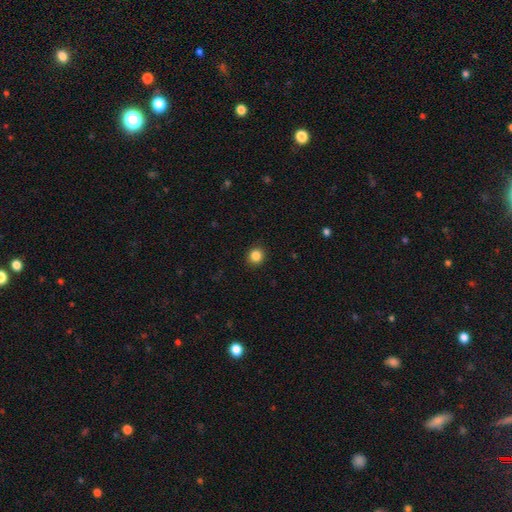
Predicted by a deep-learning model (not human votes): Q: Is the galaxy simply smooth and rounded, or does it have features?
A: smooth — 85%.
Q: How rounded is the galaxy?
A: round — 86%.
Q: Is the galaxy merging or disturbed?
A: none — 91%.